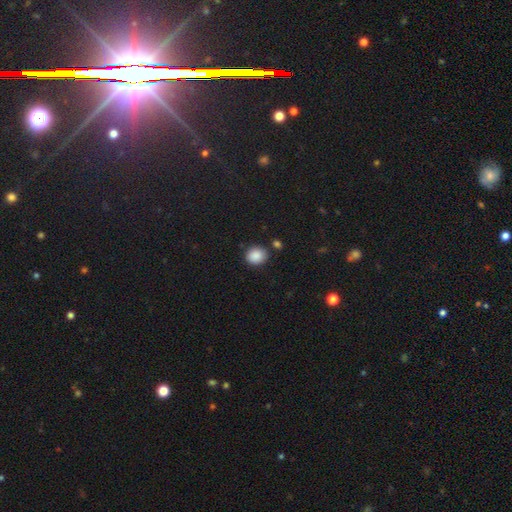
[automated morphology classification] Q: Smooth or featured?
A: smooth (88%); runner-up: star or artifact (8%)
Q: How rounded?
A: round (73%); runner-up: in between (26%)
Q: Merging?
A: none (83%); runner-up: minor disturbance (10%)